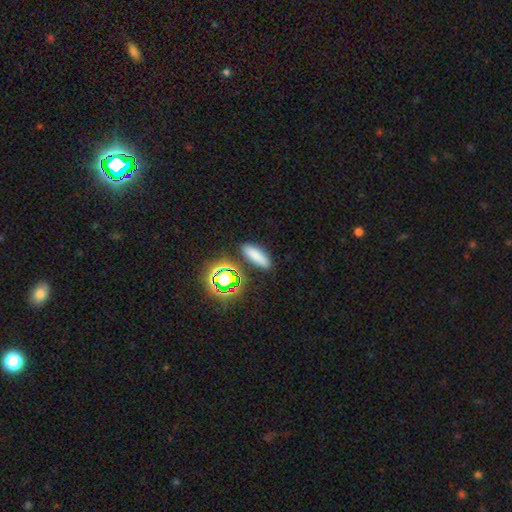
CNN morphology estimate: Overall: smooth (75%). How rounded: in between (54%; cigar-shaped 41%). Merging: none (85%).